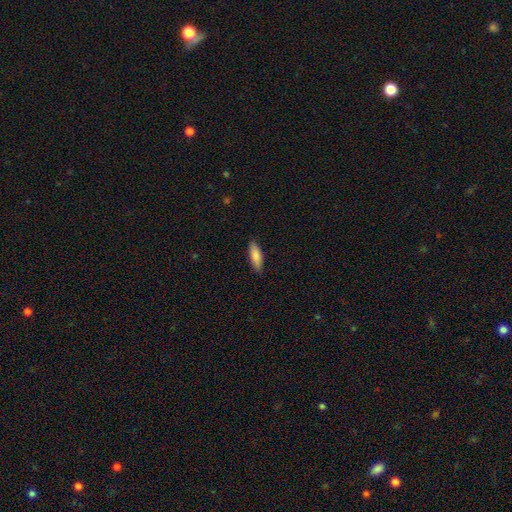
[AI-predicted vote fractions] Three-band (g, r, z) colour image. It shows a smooth galaxy with no disk features (85%) that is in between round and cigar-shaped (55%). Merging: none (88%).